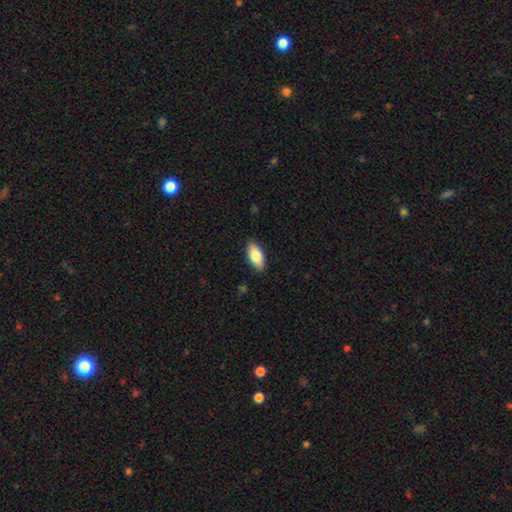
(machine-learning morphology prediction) Smooth or featured: smooth — 81% (featured or disk — 13%)
How rounded: in between — 90% (cigar-shaped — 8%)
Merging: none — 88% (minor disturbance — 9%)